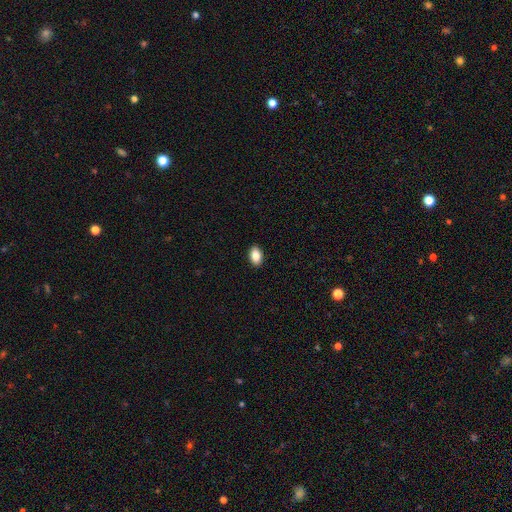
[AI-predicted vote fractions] Smooth or featured: smooth — 86% (star or artifact — 8%)
How rounded: in between — 89% (round — 10%)
Merging: none — 91% (minor disturbance — 7%)